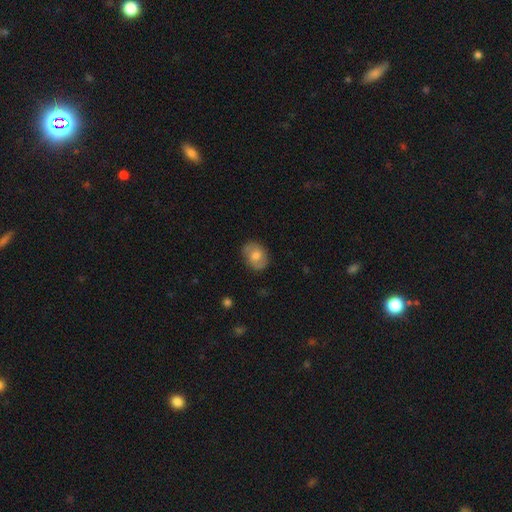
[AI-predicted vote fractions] Smooth or featured? Predicted: smooth (p=0.55). How rounded? Predicted: in between (p=0.58). Merging? Predicted: none (p=0.79).